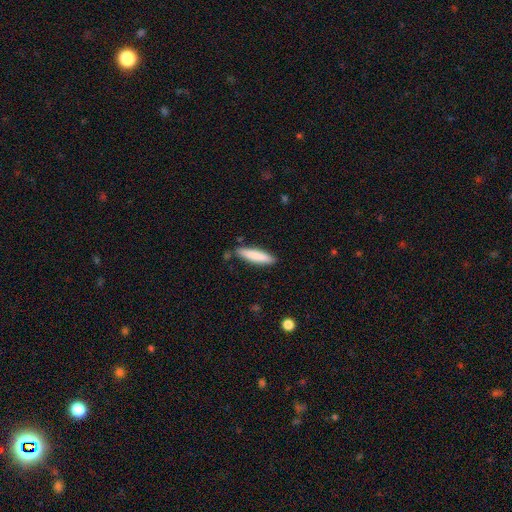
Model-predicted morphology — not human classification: smooth-or-featured: smooth: 83% | featured or disk: 11% | star or artifact: 6%
  how-rounded: cigar-shaped: 80% | in between: 19% | round: 1%
  merging: none: 84% | minor disturbance: 11% | merger: 3% | major disturbance: 2%